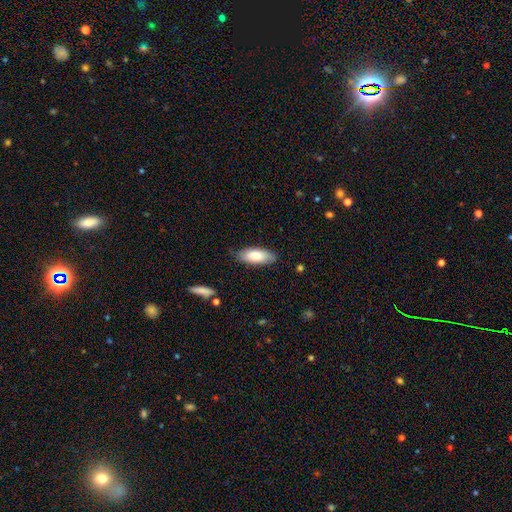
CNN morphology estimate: This is likely a smooth galaxy (79%). How rounded: clearly in between (81%). Merging: clearly none (82%).